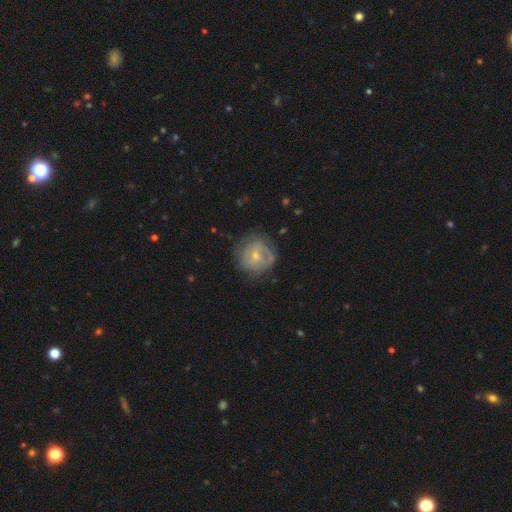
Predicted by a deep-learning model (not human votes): featured or disk 62%, smooth 32%, star or artifact 6%. Down the decision tree: edge-on disk — no (97%); bar — no (60%); spiral arms — yes (73%); bulge size — small (59%); merging — none (66%).